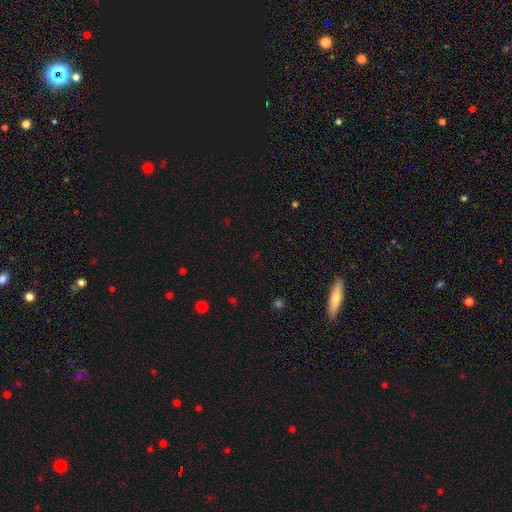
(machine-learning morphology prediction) smooth_or_featured: star or artifact (p=0.67) [alt: smooth p=0.26]